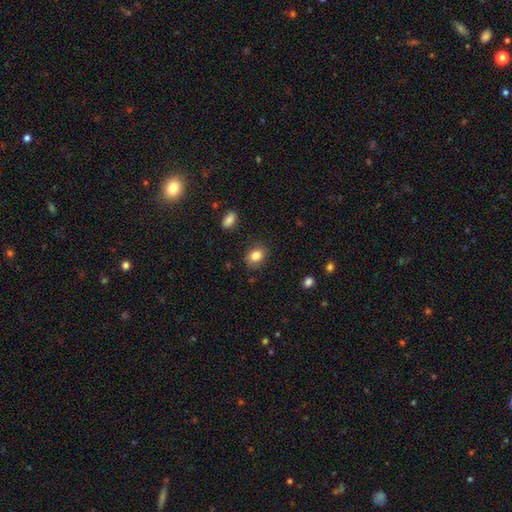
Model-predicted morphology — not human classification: smooth 84%, star or artifact 9%, featured or disk 7%. Down the decision tree: how rounded — in between (61%); merging — none (84%).